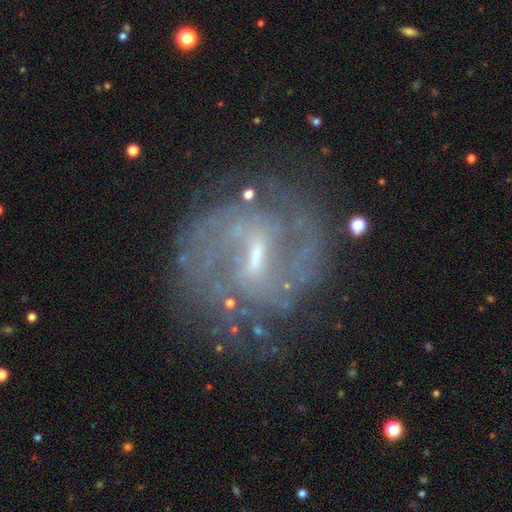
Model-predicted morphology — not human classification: Q: Smooth or featured?
A: featured or disk (88%); runner-up: star or artifact (7%)
Q: Edge-on disk?
A: no (97%); runner-up: yes (3%)
Q: Bar?
A: weak (51%); runner-up: strong (35%)
Q: Spiral arms?
A: yes (96%); runner-up: no (4%)
Q: Spiral winding?
A: medium (48%); runner-up: tight (35%)
Q: Spiral arm count?
A: 2 (67%); runner-up: can't tell (13%)
Q: Bulge size?
A: small (71%); runner-up: moderate (20%)
Q: Merging?
A: none (71%); runner-up: minor disturbance (17%)